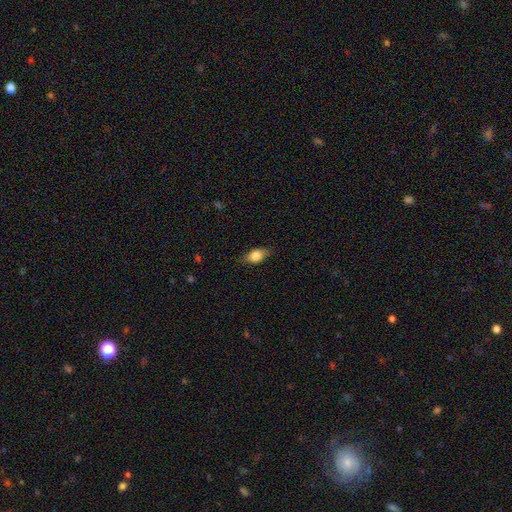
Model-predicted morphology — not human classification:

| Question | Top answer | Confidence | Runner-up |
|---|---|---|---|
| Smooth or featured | smooth | 72% | featured or disk (21%) |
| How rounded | in between | 81% | cigar-shaped (10%) |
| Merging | none | 80% | minor disturbance (15%) |